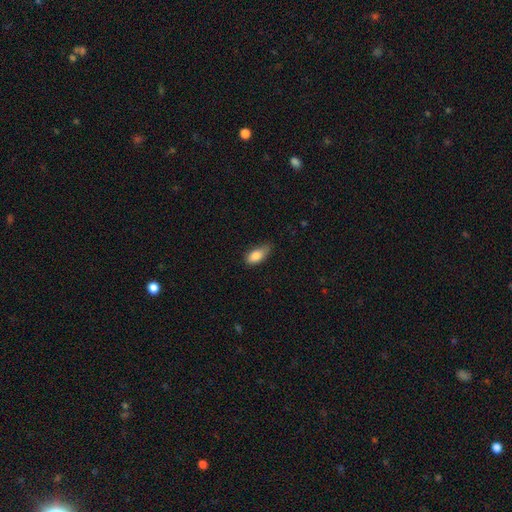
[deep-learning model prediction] A smooth galaxy with no disk features (85%) that is in between round and cigar-shaped (89%). Merging: none (48%).